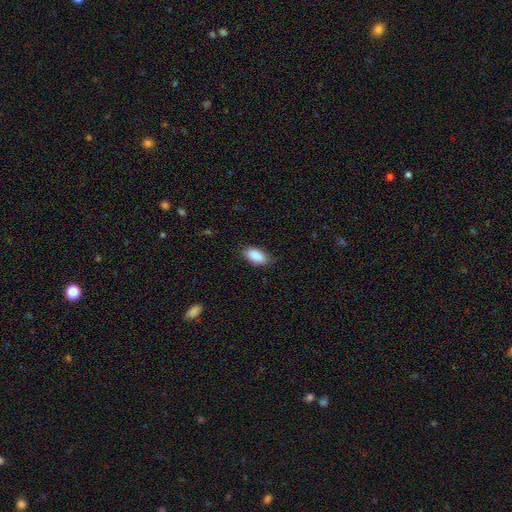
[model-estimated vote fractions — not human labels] Smooth or featured?
  - smooth: 90% *
  - star or artifact: 6%
  - featured or disk: 3%
How rounded?
  - in between: 93% *
  - cigar-shaped: 3%
  - round: 3%
Merging?
  - none: 78% *
  - minor disturbance: 18%
  - major disturbance: 4%
  - merger: 1%